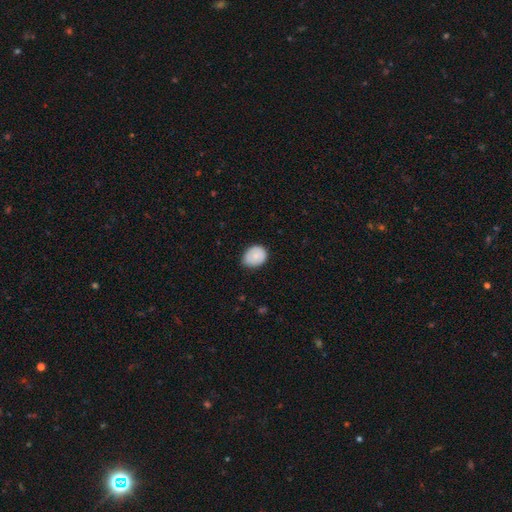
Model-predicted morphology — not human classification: Smooth or featured: smooth — 80% (featured or disk — 13%)
How rounded: round — 52% (in between — 48%)
Merging: none — 68% (minor disturbance — 27%)